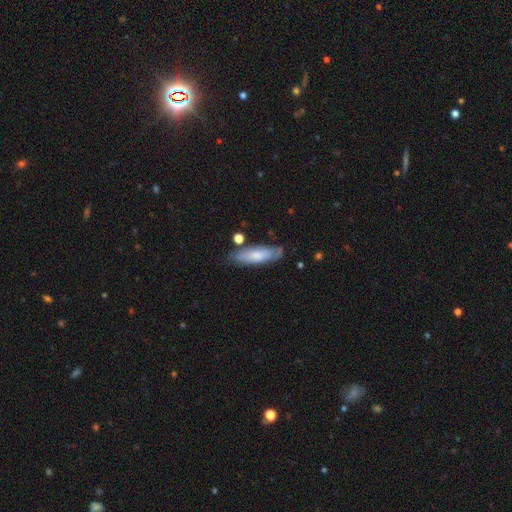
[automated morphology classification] smooth 60%, featured or disk 33%, star or artifact 7%. Down the decision tree: how rounded — cigar-shaped (55%); merging — none (72%).